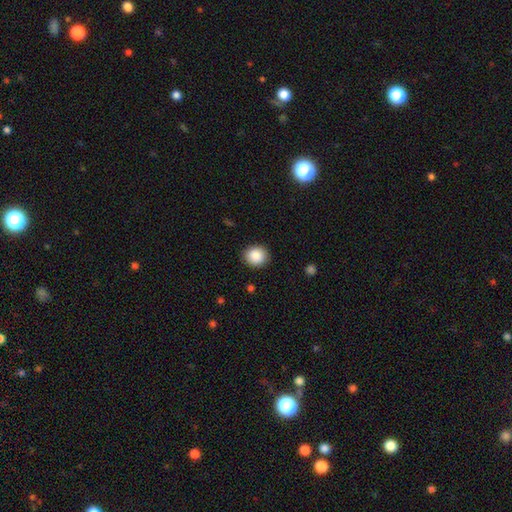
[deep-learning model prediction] This appears to be a smooth galaxy with no disk features (89%) that is round (82%). Merging: none (90%).